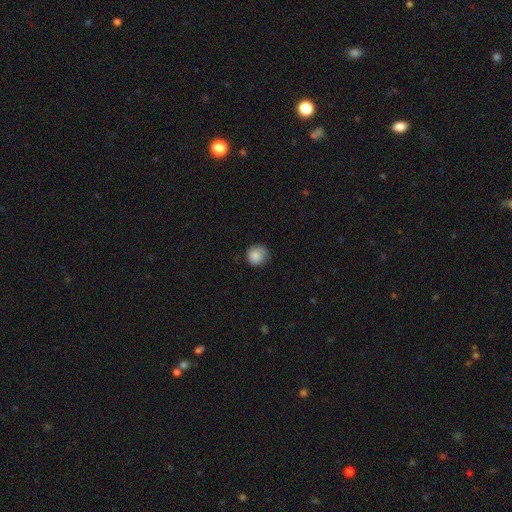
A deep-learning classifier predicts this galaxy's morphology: Q: Smooth or featured?
A: smooth (84%); runner-up: star or artifact (8%)
Q: How rounded?
A: round (89%); runner-up: in between (10%)
Q: Merging?
A: none (67%); runner-up: minor disturbance (25%)